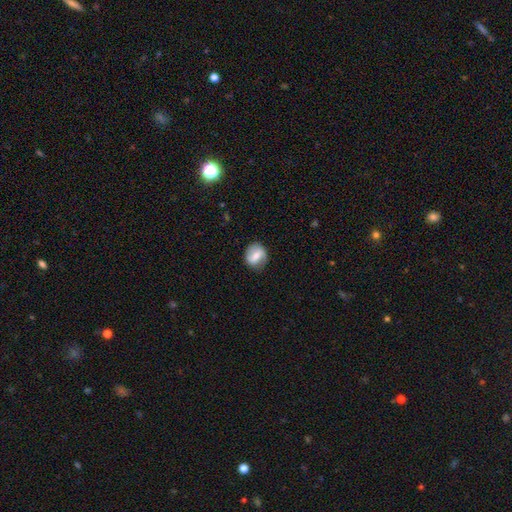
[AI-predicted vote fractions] This is possibly a smooth galaxy (48%). Merging: likely none (76%).